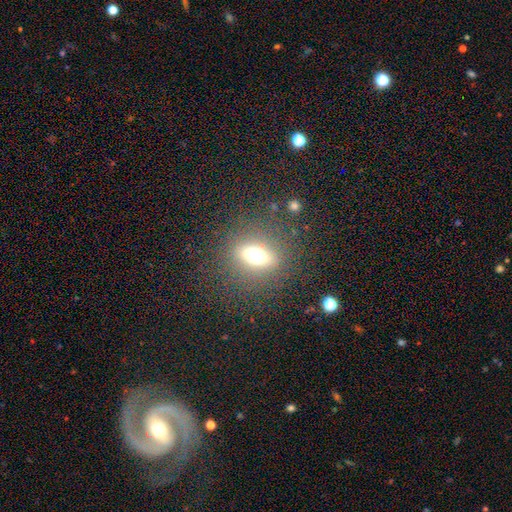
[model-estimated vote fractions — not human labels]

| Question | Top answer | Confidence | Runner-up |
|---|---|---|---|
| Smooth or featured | smooth | 56% | featured or disk (23%) |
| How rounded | in between | 56% | round (37%) |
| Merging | none | 81% | minor disturbance (10%) |